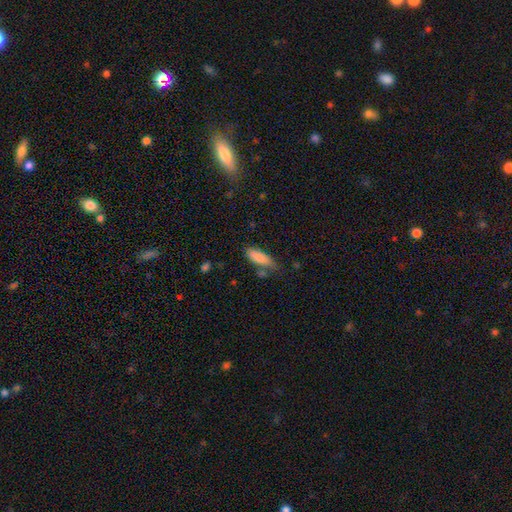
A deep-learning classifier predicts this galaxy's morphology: Q: Smooth or featured?
A: smooth (60%); runner-up: featured or disk (21%)
Q: How rounded?
A: in between (48%); tied with: cigar-shaped (48%)
Q: Merging?
A: none (68%); runner-up: minor disturbance (20%)